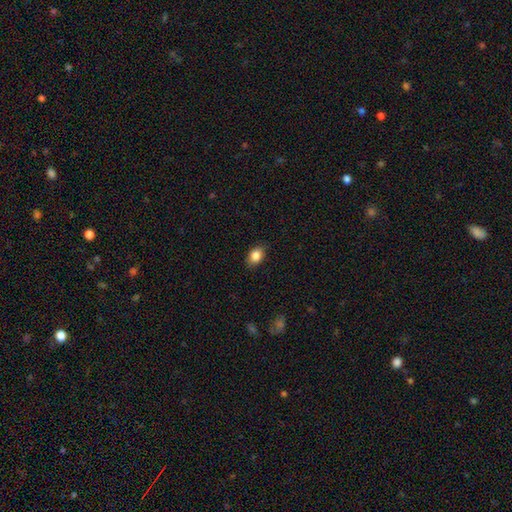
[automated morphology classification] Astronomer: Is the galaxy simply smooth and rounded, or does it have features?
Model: smooth — 85%.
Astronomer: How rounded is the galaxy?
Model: in between — 76%.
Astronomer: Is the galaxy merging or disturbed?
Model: none — 84%.